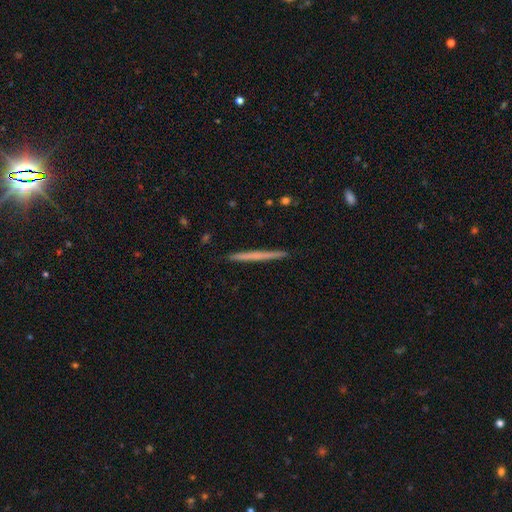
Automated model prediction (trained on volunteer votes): A smooth galaxy with no disk features (50%) that is cigar-shaped (97%). Merging: none (93%).